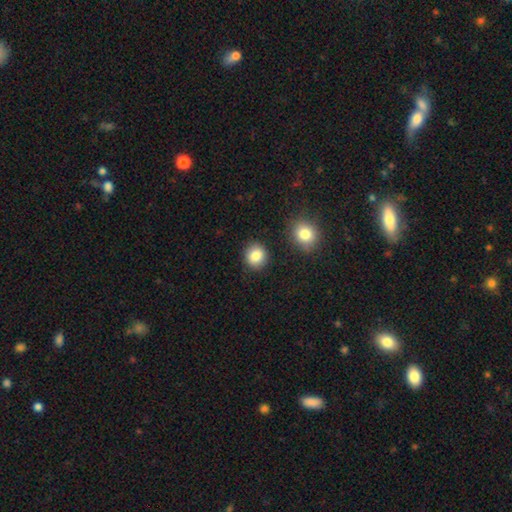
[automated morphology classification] This appears to be a smooth galaxy with no disk features (86%) that is round (80%). Merging: none (87%).